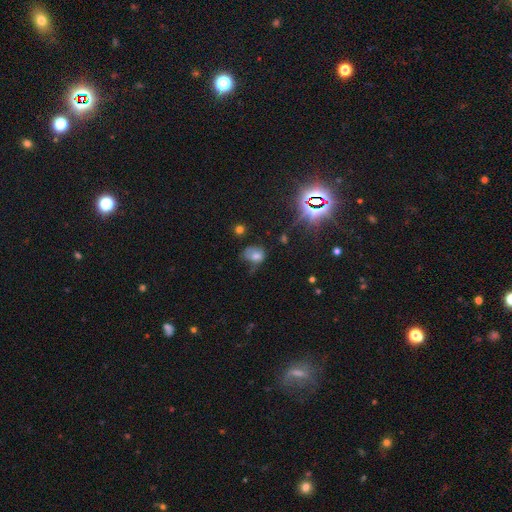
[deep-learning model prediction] This appears to be a smooth galaxy with no disk features (59%) that is in between round and cigar-shaped (62%). Merging: minor disturbance (33%, tied with none).